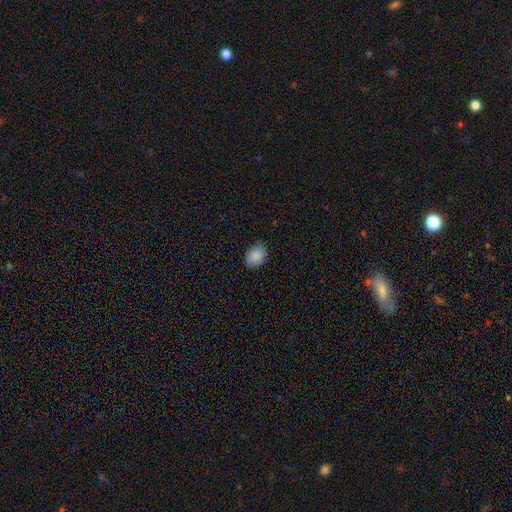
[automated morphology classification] Smooth or featured? Predicted: smooth (p=0.87). How rounded? Predicted: in between (p=0.69). Merging? Predicted: none (p=0.82).